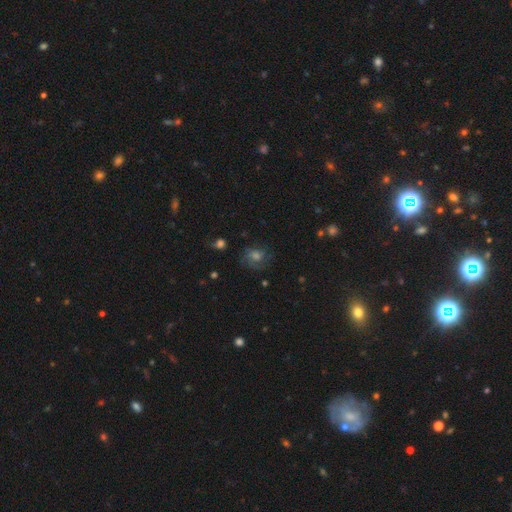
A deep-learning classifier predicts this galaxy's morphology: featured or disk 45%, smooth 31%, star or artifact 25%. Down the decision tree: merging — none (71%).